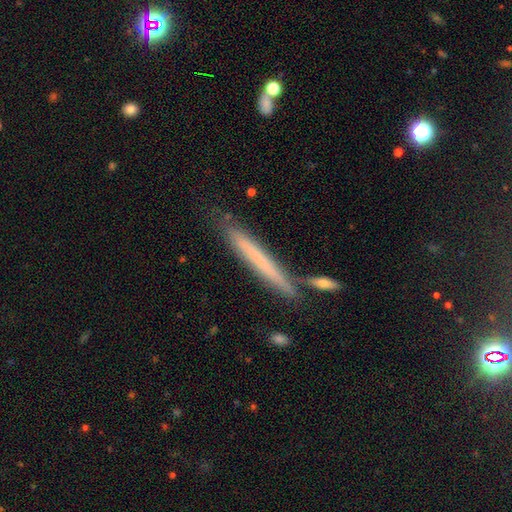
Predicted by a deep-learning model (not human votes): Smooth or featured? smooth (56%)
How rounded? cigar-shaped (96%)
Merging? none (78%)